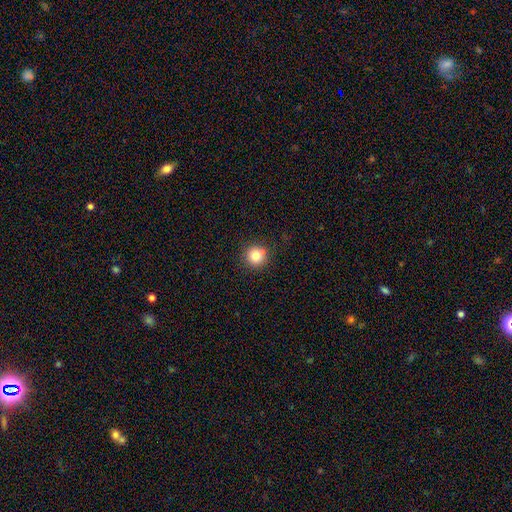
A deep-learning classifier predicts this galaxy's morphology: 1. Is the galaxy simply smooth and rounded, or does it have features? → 80% smooth, 12% star or artifact, 8% featured or disk.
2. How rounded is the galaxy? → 93% round, 6% in between, 1% cigar-shaped.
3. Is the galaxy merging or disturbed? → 83% none, 10% minor disturbance, 5% merger, 3% major disturbance.